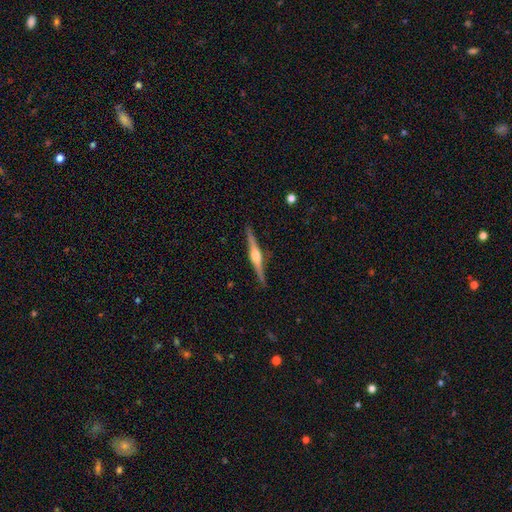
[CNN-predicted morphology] The model was most divided on "smooth or featured": featured or disk: 81%, smooth: 14%, star or artifact: 5%. More confident: edge-on disk — yes (98%); edge-on bulge — rounded (91%); merging — none (90%).